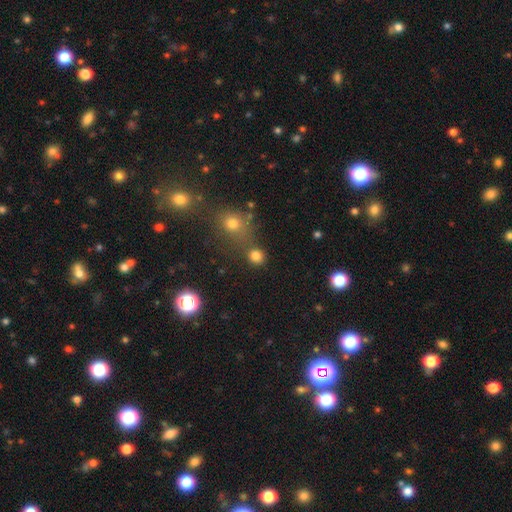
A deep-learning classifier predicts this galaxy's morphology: smooth 79%, star or artifact 16%, featured or disk 5%. Down the decision tree: how rounded — round (85%); merging — none (73%).